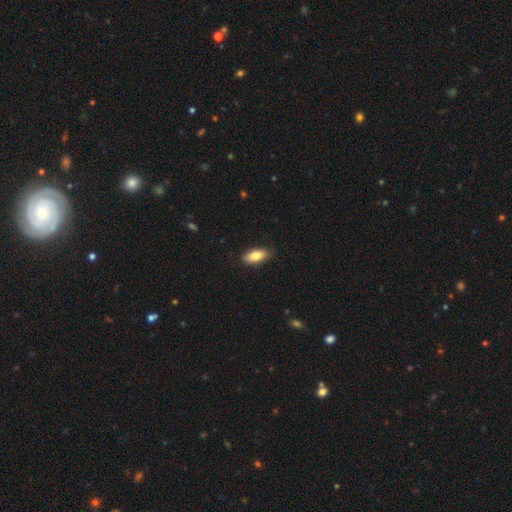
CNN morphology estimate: Smooth or featured: smooth — 81% (featured or disk — 13%)
How rounded: in between — 81% (cigar-shaped — 16%)
Merging: none — 87% (minor disturbance — 10%)